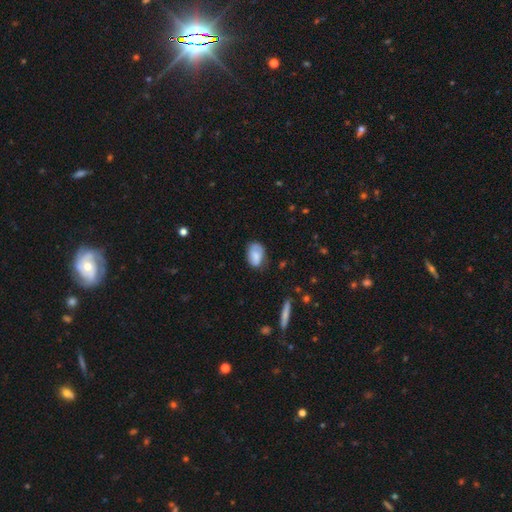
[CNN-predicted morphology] Overall: smooth (74%). How rounded: in between (86%). Merging: none (61%; minor disturbance 29%).